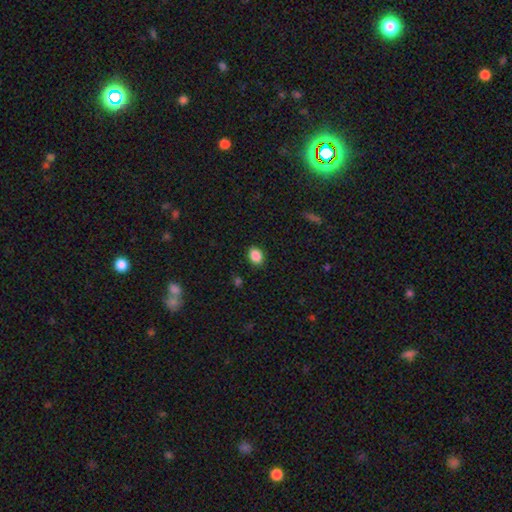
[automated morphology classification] Smooth or featured?
  - smooth: 88% *
  - star or artifact: 9%
  - featured or disk: 3%
How rounded?
  - in between: 65% *
  - round: 34%
  - cigar-shaped: 1%
Merging?
  - none: 87% *
  - minor disturbance: 10%
  - major disturbance: 2%
  - merger: 1%